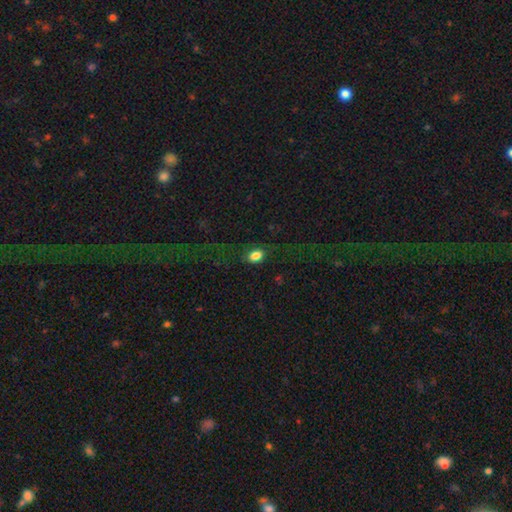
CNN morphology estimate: A smooth galaxy with no disk features (84%) that is in between round and cigar-shaped (82%). Merging: none (80%).